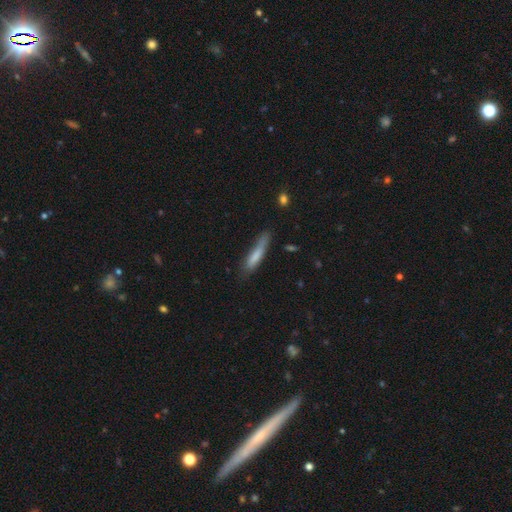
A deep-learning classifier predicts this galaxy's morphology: Smooth or featured?
  - smooth: 76% *
  - featured or disk: 18%
  - star or artifact: 6%
How rounded?
  - cigar-shaped: 85% *
  - in between: 13%
  - round: 1%
Merging?
  - none: 62% *
  - minor disturbance: 27%
  - major disturbance: 8%
  - merger: 3%